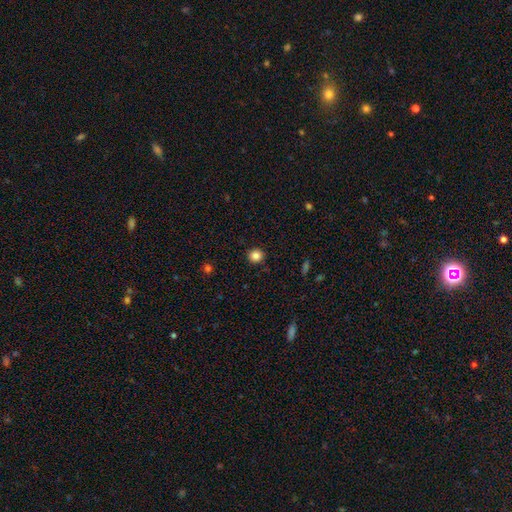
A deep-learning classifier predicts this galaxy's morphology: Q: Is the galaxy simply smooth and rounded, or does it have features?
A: smooth — 84%.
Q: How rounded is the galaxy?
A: round — 92%.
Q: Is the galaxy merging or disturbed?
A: none — 92%.